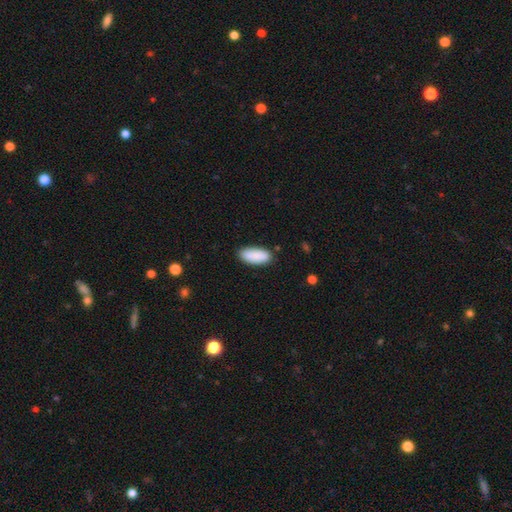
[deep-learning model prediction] smooth 90%, star or artifact 6%, featured or disk 4%. Down the decision tree: how rounded — in between (85%); merging — none (86%).